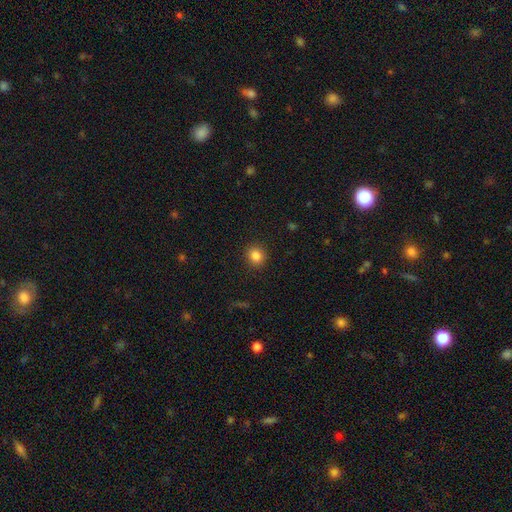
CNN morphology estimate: type=smooth (85%); roundness=round (81%); merging=none (91%).